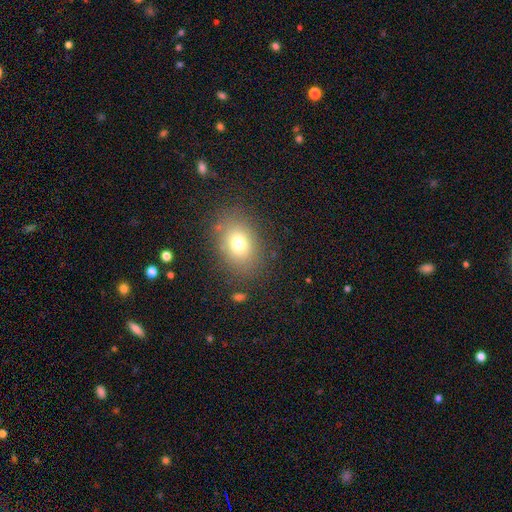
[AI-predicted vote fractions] Smooth or featured? Predicted: smooth (p=0.72). How rounded? Predicted: in between (p=0.63). Merging? Predicted: none (p=0.85).